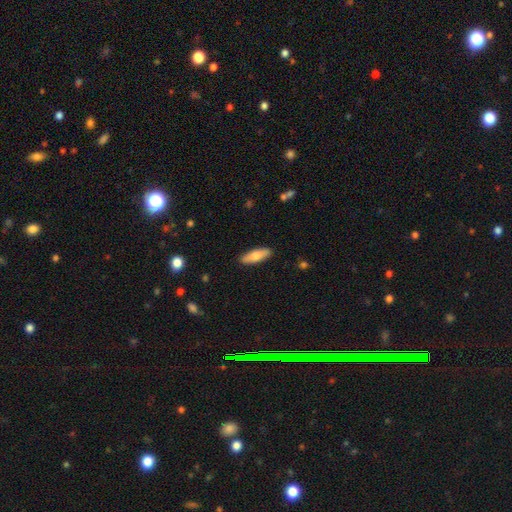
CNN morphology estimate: smooth 70%, featured or disk 25%, star or artifact 6%. Down the decision tree: how rounded — in between (55%); merging — none (90%).